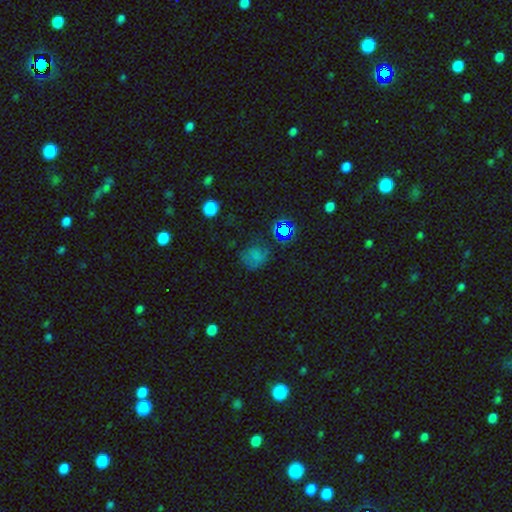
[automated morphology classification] A smooth galaxy with no disk features (60%) that is round (76%). Merging: none (64%).